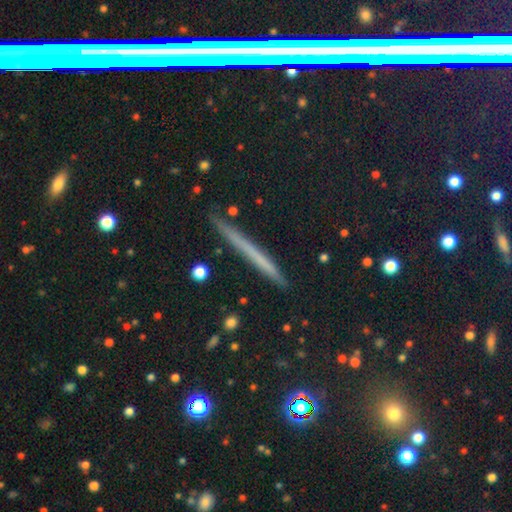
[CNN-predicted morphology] Q: Smooth or featured?
A: smooth (45%); runner-up: featured or disk (34%)
Q: Merging?
A: none (89%); runner-up: minor disturbance (8%)